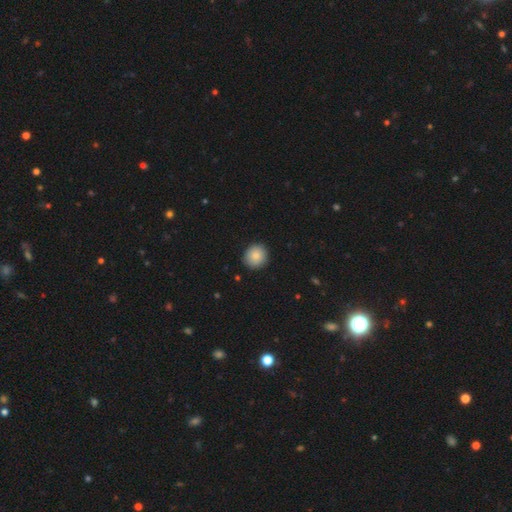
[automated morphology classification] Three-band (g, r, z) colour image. It shows a smooth galaxy with no disk features (86%) that is round (90%). Merging: none (91%).